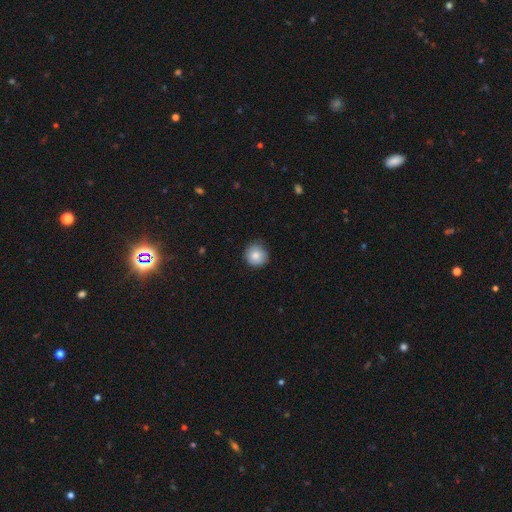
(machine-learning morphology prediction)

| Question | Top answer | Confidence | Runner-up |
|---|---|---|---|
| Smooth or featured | smooth | 84% | featured or disk (8%) |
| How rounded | round | 93% | in between (6%) |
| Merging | none | 84% | minor disturbance (13%) |